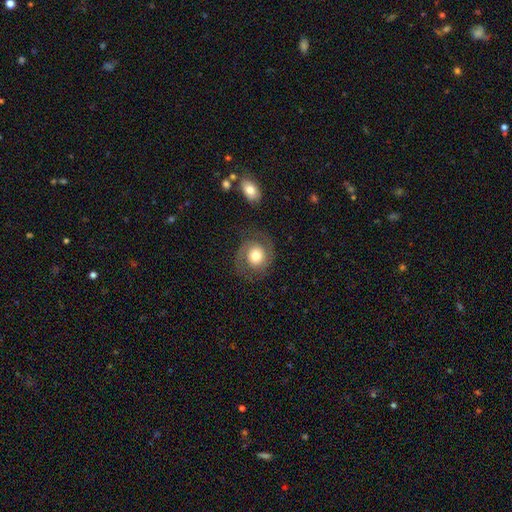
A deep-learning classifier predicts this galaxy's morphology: Q: Smooth or featured?
A: featured or disk (64%); runner-up: smooth (29%)
Q: Edge-on disk?
A: no (98%); runner-up: yes (2%)
Q: Bar?
A: no (79%); runner-up: weak (17%)
Q: Spiral arms?
A: yes (89%); runner-up: no (11%)
Q: Spiral winding?
A: medium (45%); runner-up: tight (38%)
Q: Spiral arm count?
A: 2 (87%); runner-up: 1 (6%)
Q: Bulge size?
A: moderate (64%); runner-up: large (24%)
Q: Merging?
A: none (76%); runner-up: minor disturbance (13%)